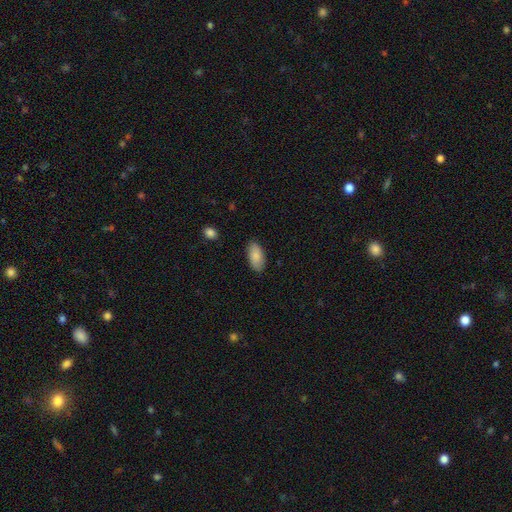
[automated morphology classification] A smooth galaxy with no disk features (85%) that is in between round and cigar-shaped (93%).

Vote fractions:
- Smooth or featured? smooth: 85% / featured or disk: 9% / star or artifact: 6%
- How rounded? in between: 93% / cigar-shaped: 5% / round: 2%
- Merging? none: 85% / minor disturbance: 12% / major disturbance: 2% / merger: 1%